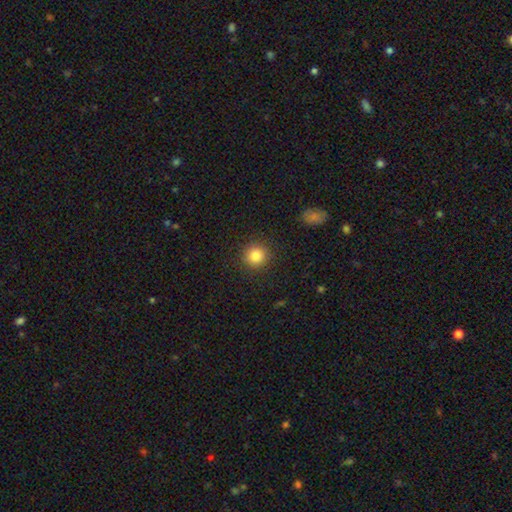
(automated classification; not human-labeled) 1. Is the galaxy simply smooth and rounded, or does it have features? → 84% smooth, 11% star or artifact, 5% featured or disk.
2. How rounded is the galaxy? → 93% round, 6% in between, 1% cigar-shaped.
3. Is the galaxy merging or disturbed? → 90% none, 6% minor disturbance, 2% major disturbance, 1% merger.